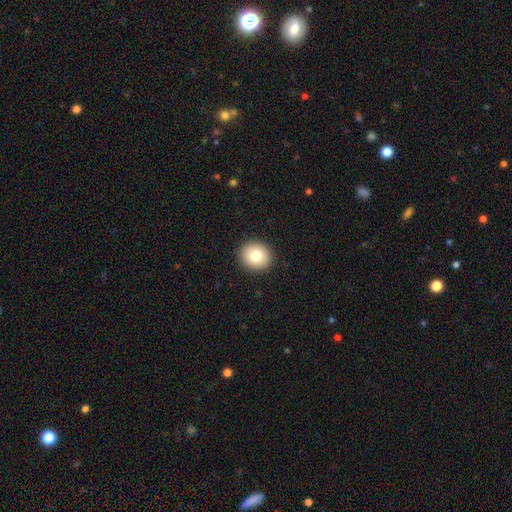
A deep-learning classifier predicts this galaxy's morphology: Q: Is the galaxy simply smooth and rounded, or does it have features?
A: smooth — 80%.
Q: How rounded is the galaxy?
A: round — 83%.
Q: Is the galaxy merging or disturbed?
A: none — 92%.